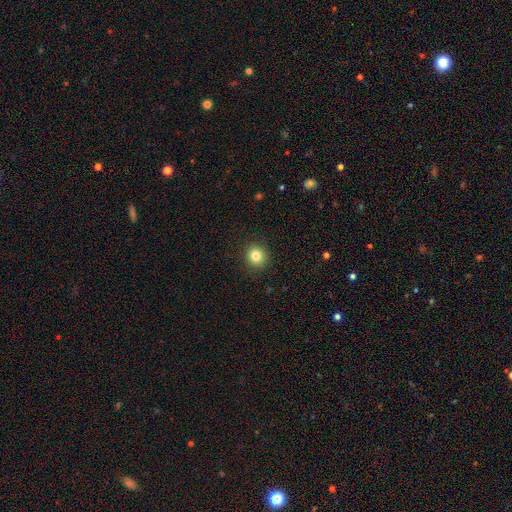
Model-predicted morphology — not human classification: type=smooth (82%); roundness=round (92%); merging=none (92%).